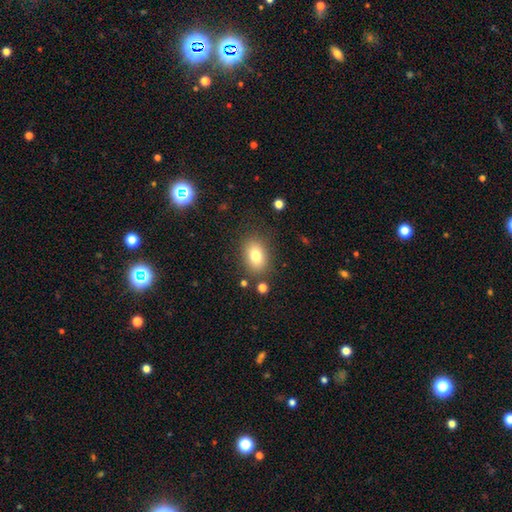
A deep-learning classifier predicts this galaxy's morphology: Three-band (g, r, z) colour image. It shows a smooth galaxy with no disk features (79%) that is in between round and cigar-shaped (76%). Merging: none (81%).